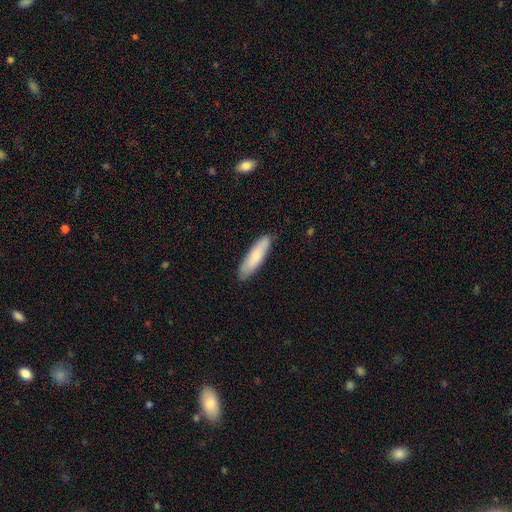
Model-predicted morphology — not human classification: type=smooth (77%); roundness=cigar-shaped (66%); merging=none (85%).